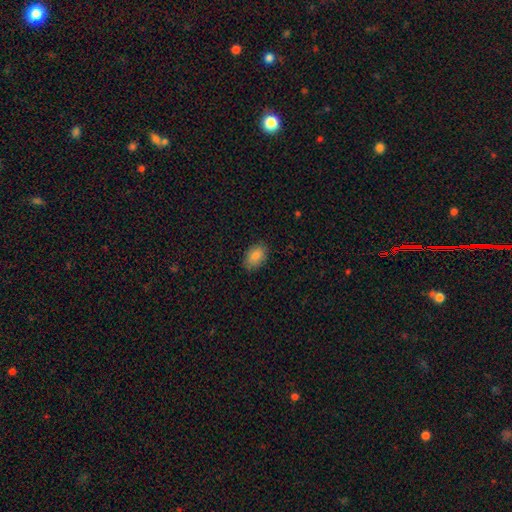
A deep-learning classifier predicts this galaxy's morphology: smooth 86%, star or artifact 8%, featured or disk 6%. Down the decision tree: how rounded — in between (89%); merging — none (84%).